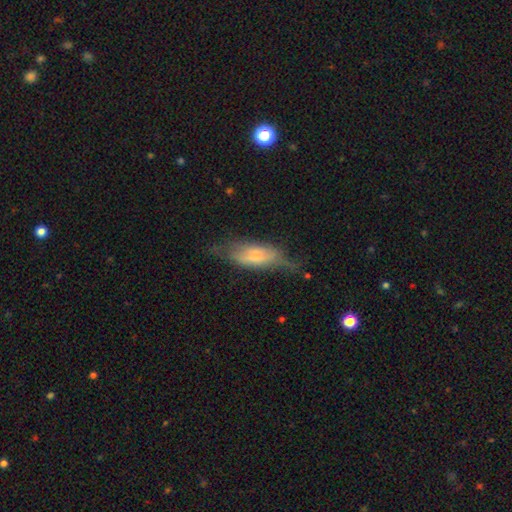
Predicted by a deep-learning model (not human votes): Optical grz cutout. It shows a smooth galaxy with no disk features (58%) that is in between round and cigar-shaped (63%). Merging: none (45%).